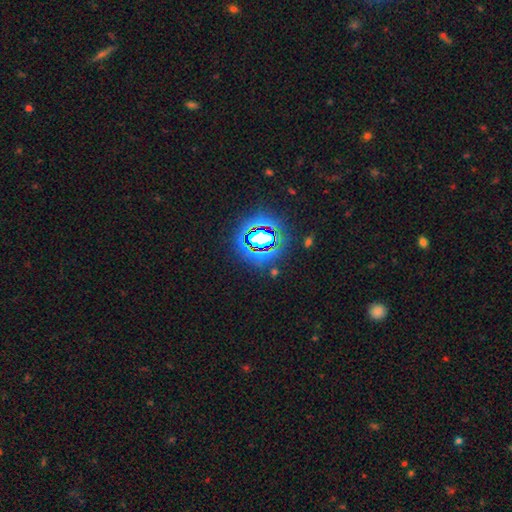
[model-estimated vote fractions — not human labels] Smooth or featured?
  - star or artifact: 80% *
  - smooth: 12%
  - featured or disk: 8%